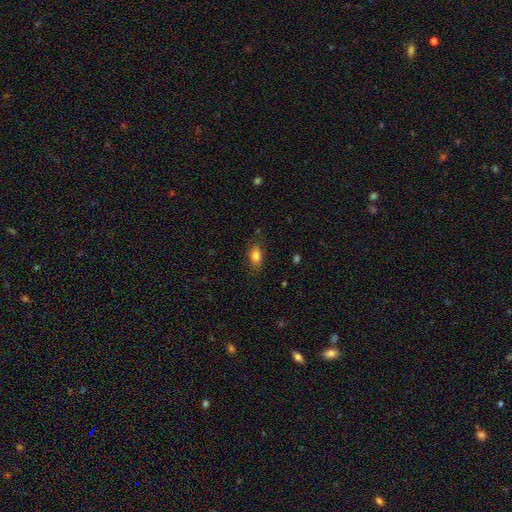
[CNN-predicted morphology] Smooth or featured?
  - smooth: 83% *
  - star or artifact: 9%
  - featured or disk: 8%
How rounded?
  - in between: 86% *
  - round: 9%
  - cigar-shaped: 5%
Merging?
  - none: 82% *
  - minor disturbance: 13%
  - major disturbance: 3%
  - merger: 1%